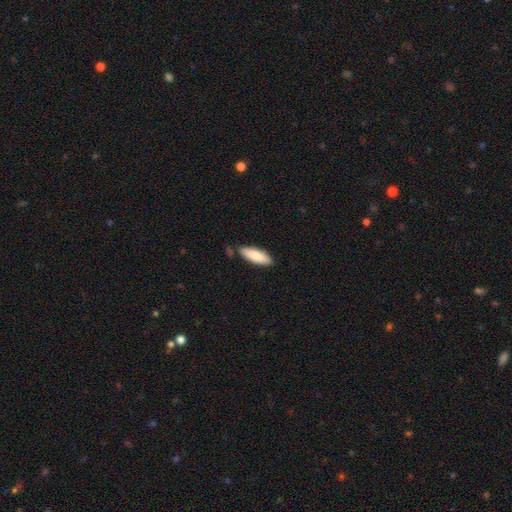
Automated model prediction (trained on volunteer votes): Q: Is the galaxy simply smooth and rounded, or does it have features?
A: smooth — 85%.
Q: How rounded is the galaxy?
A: in between — 60%.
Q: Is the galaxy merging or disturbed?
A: none — 79%.